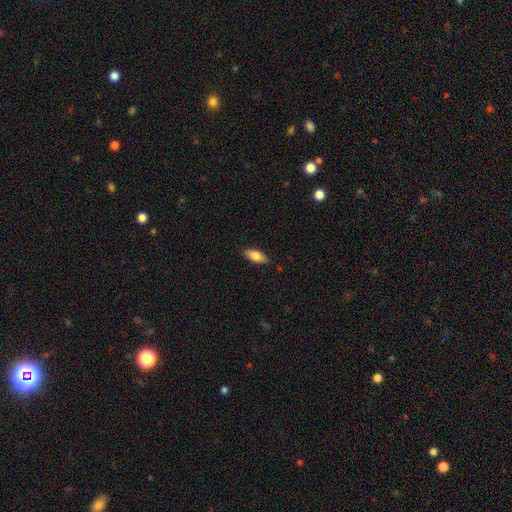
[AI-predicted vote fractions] Smooth or featured: smooth — 78% (featured or disk — 15%)
How rounded: in between — 84% (cigar-shaped — 14%)
Merging: none — 88% (minor disturbance — 9%)